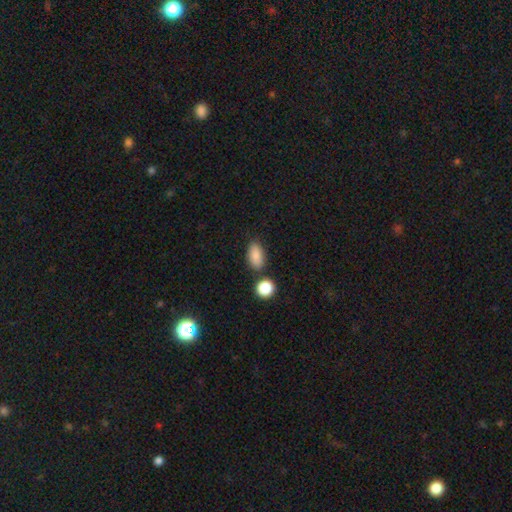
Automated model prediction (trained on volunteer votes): Smooth or featured? smooth (86%)
How rounded? in between (89%)
Merging? none (76%)